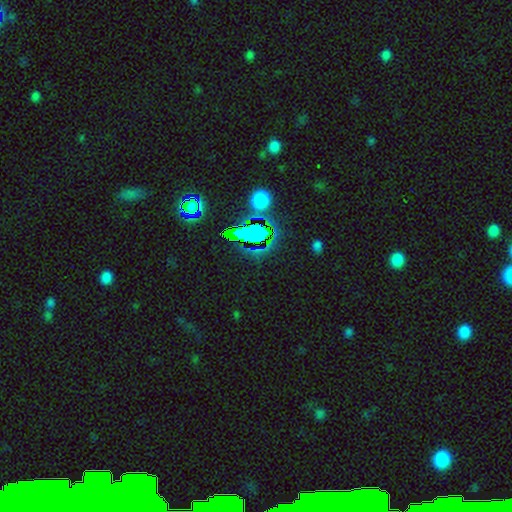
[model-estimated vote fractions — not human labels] Smooth or featured? star or artifact (71%)